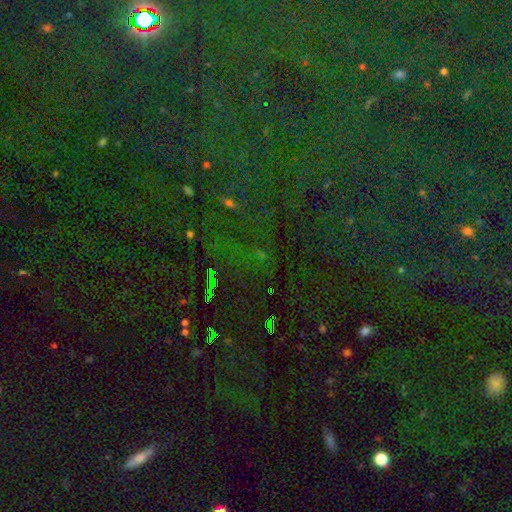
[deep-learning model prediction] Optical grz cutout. It shows a star or artifact, not a galaxy (82%).